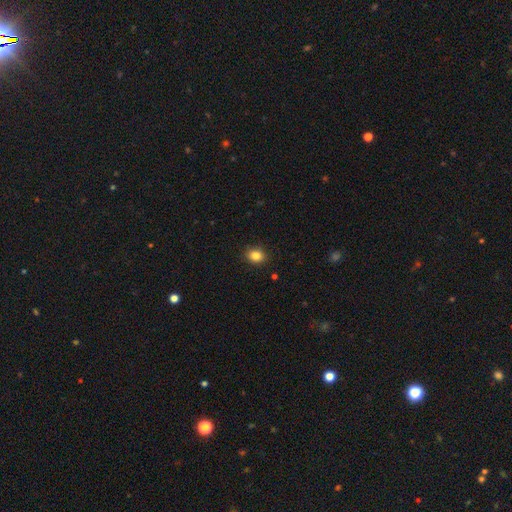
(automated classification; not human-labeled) The model was most divided on "how rounded": round: 60%, in between: 39%, cigar-shaped: 1%. More confident: merging — none (90%); smooth or featured — smooth (85%).